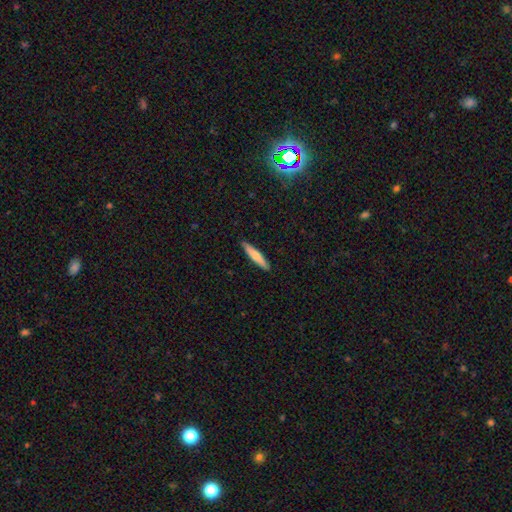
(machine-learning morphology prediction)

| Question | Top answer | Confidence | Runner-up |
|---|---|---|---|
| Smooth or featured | smooth | 65% | featured or disk (30%) |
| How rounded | cigar-shaped | 90% | in between (9%) |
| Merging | none | 91% | minor disturbance (7%) |